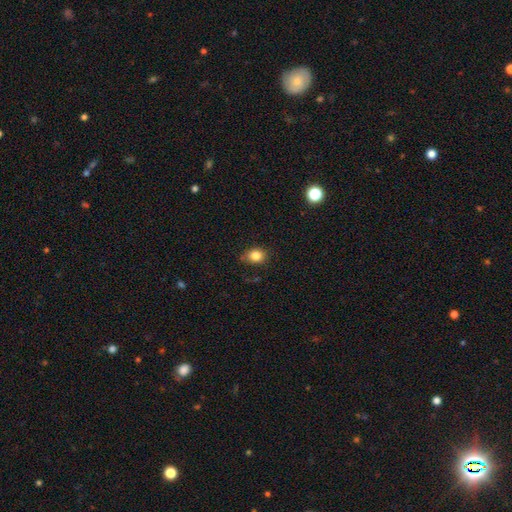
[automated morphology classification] Smooth or featured?
  - smooth: 84% *
  - star or artifact: 10%
  - featured or disk: 6%
How rounded?
  - in between: 53% *
  - round: 46%
  - cigar-shaped: 1%
Merging?
  - none: 79% *
  - minor disturbance: 17%
  - major disturbance: 3%
  - merger: 1%